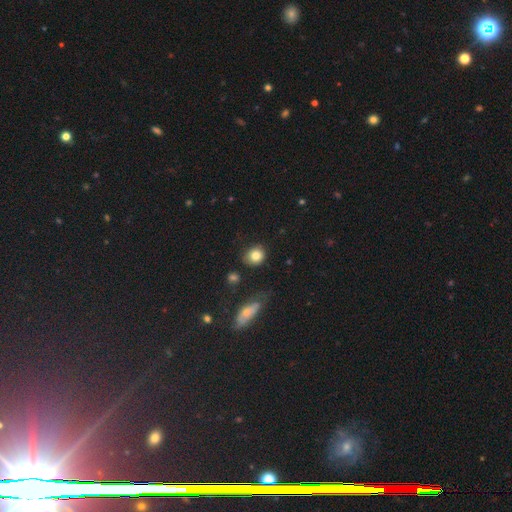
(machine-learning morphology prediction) Smooth or featured? Predicted: smooth (p=0.82). How rounded? Predicted: round (p=0.72). Merging? Predicted: none (p=0.78).